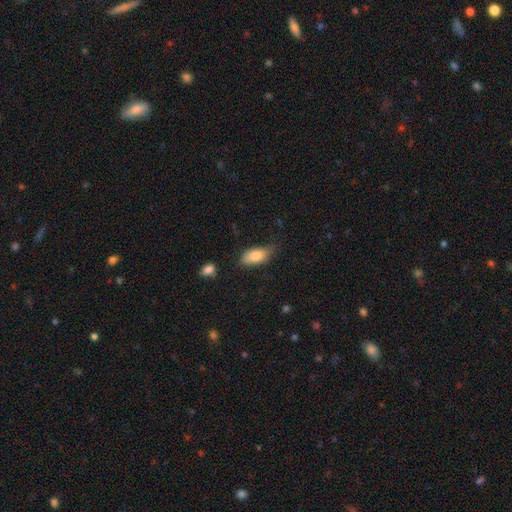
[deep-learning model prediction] Smooth or featured? Predicted: smooth (p=0.82). How rounded? Predicted: in between (p=0.88). Merging? Predicted: none (p=0.57).